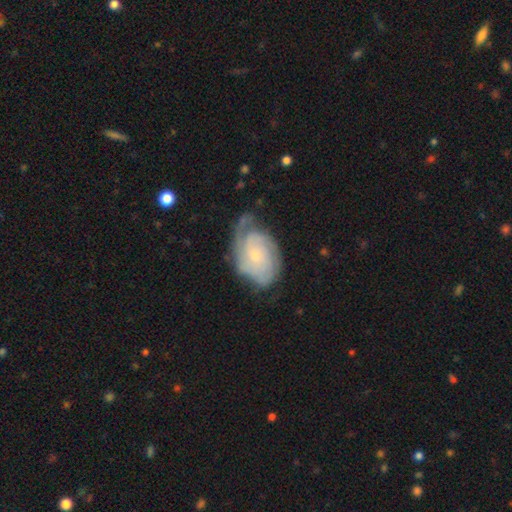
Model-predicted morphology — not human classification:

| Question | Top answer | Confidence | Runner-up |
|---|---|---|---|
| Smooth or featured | featured or disk | 78% | smooth (17%) |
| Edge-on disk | no | 97% | yes (3%) |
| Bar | no | 77% | weak (20%) |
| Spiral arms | yes | 93% | no (7%) |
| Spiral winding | tight | 59% | medium (29%) |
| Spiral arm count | can't tell | 33% | 2 (29%) |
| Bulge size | small | 71% | moderate (24%) |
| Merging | none | 51% | minor disturbance (30%) |